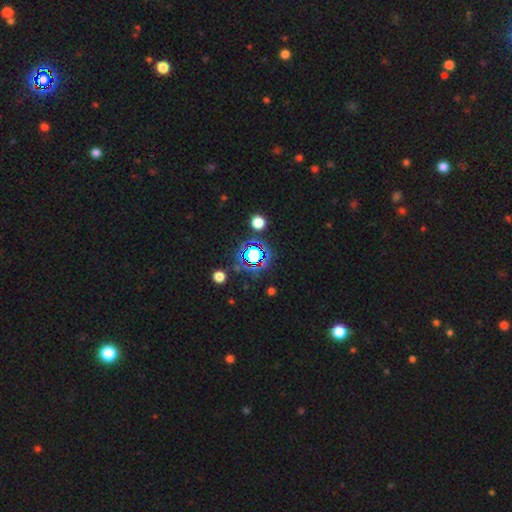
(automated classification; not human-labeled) star or artifact 76%, smooth 16%, featured or disk 8%.